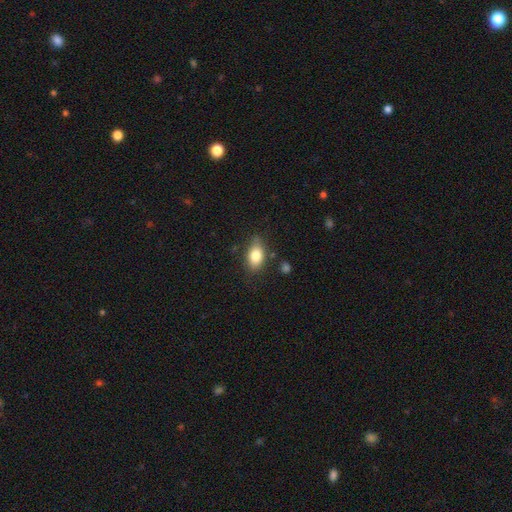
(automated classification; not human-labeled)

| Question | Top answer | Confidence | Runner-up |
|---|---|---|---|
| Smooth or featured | smooth | 82% | featured or disk (10%) |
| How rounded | in between | 86% | round (11%) |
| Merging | none | 77% | minor disturbance (17%) |